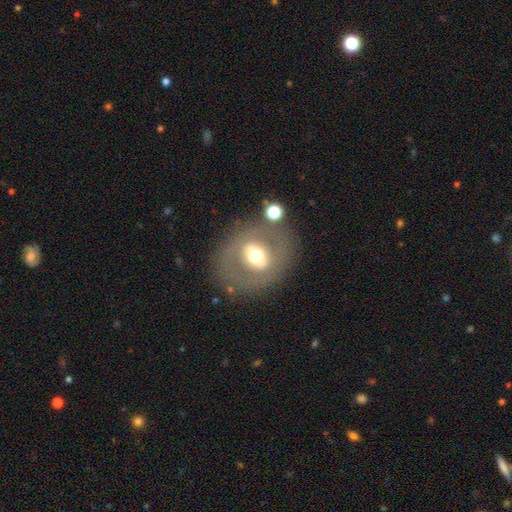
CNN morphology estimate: The model was most divided on "smooth or featured": featured or disk: 49%, smooth: 41%, star or artifact: 10%. More confident: merging — none (76%).